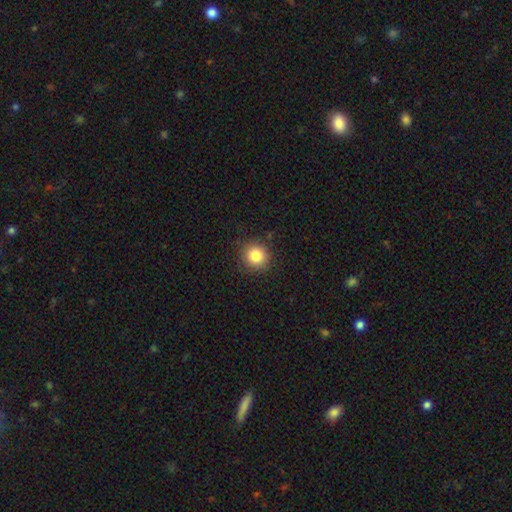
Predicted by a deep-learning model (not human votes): The model was most divided on "smooth or featured": smooth: 84%, star or artifact: 10%, featured or disk: 5%. More confident: how rounded — round (91%); merging — none (88%).